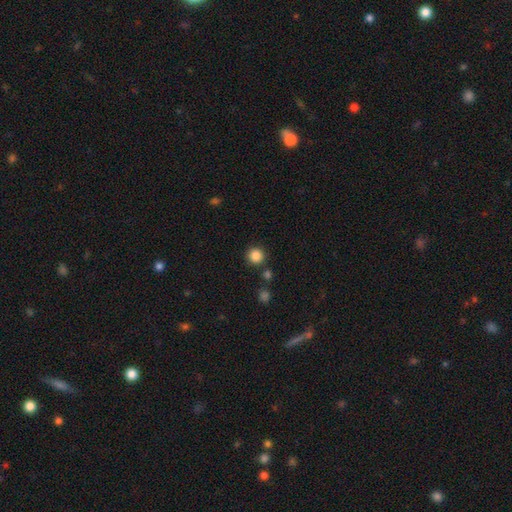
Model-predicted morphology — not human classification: type=smooth (85%); roundness=round (94%); merging=none (86%).